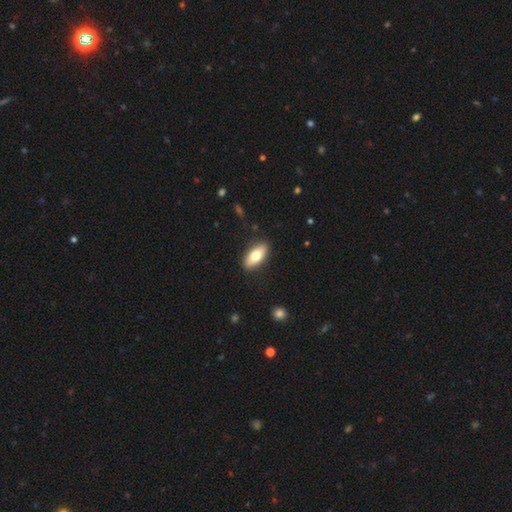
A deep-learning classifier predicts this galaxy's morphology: This appears to be a smooth galaxy with no disk features (73%) that is in between round and cigar-shaped (85%). Merging: none (89%).